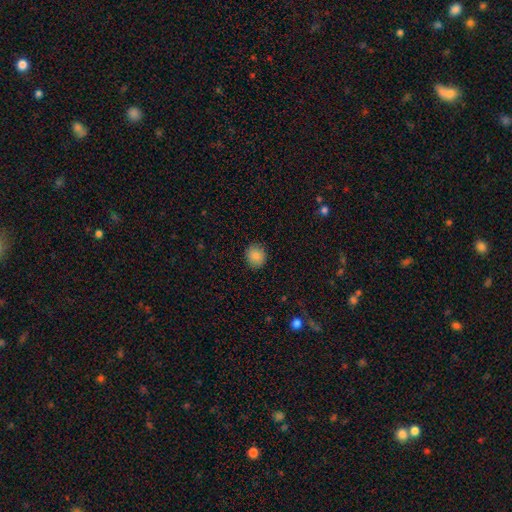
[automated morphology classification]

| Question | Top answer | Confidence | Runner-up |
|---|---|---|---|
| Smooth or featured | smooth | 86% | star or artifact (9%) |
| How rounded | round | 83% | in between (16%) |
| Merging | none | 89% | minor disturbance (8%) |